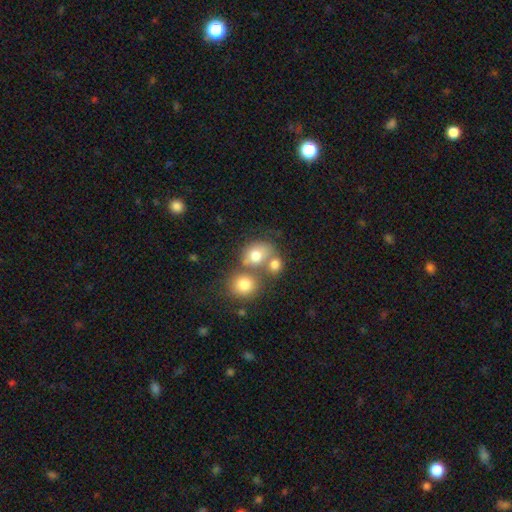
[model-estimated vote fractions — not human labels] Q: Smooth or featured?
A: smooth (74%); runner-up: featured or disk (15%)
Q: How rounded?
A: round (59%); runner-up: in between (40%)
Q: Merging?
A: merger (43%); runner-up: none (40%)